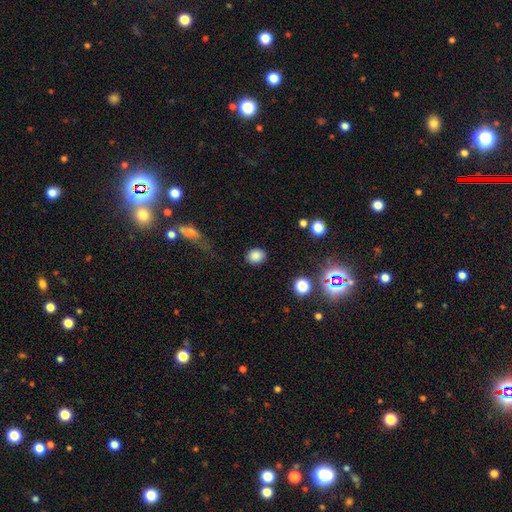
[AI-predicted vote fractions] Smooth or featured? smooth (84%)
How rounded? round (62%)
Merging? none (85%)